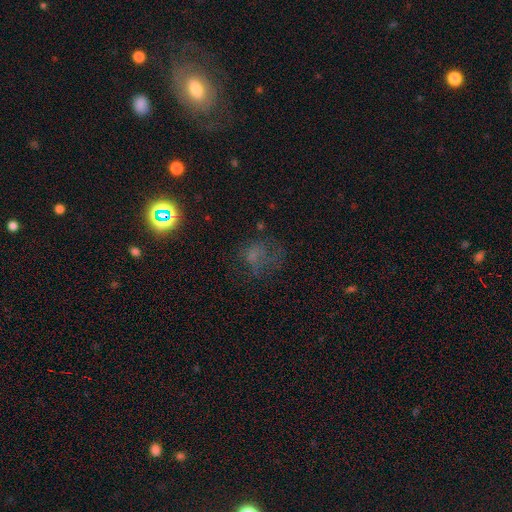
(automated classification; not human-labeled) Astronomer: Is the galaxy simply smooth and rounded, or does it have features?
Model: smooth — 41% (runner-up: star or artifact, 32%).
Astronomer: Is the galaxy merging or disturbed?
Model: none — 44% (runner-up: major disturbance, 33%).